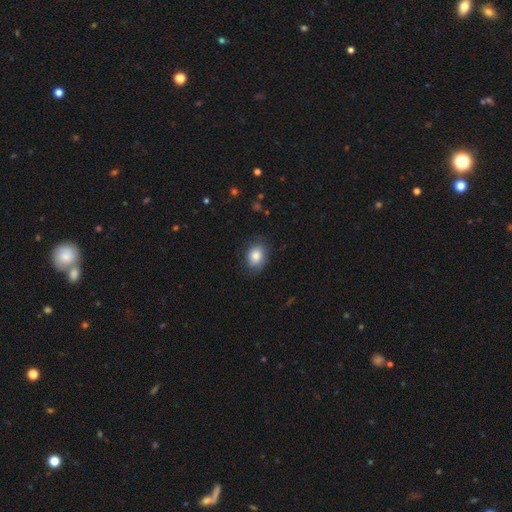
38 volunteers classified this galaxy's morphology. A smooth galaxy with no disk features (84%) that is in between round and cigar-shaped (62%).

Vote fractions:
- Smooth or featured? smooth: 84% / featured or disk: 11% / star or artifact: 5%
- How rounded? in between: 62% / round: 38% / cigar-shaped: 0%
- Merging? none: 81% / minor disturbance: 11% / major disturbance: 8% / merger: 0%